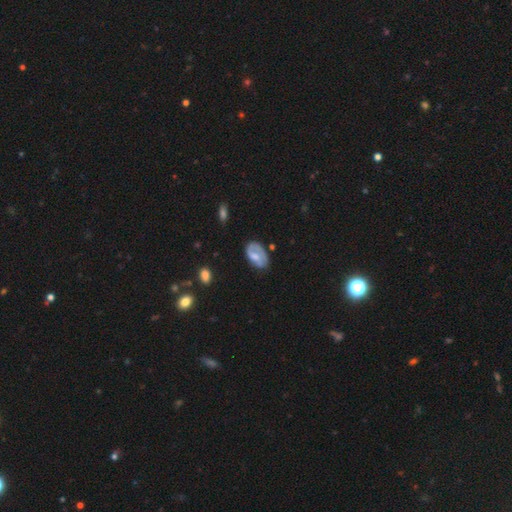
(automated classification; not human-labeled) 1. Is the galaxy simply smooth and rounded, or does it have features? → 48% smooth, 45% featured or disk, 7% star or artifact.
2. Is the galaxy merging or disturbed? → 55% none, 28% minor disturbance, 14% major disturbance, 3% merger.